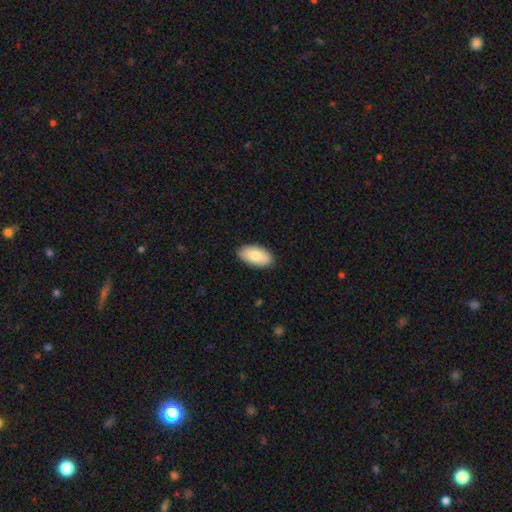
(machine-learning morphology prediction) A smooth galaxy with no disk features (81%) that is in between round and cigar-shaped (95%).

Vote fractions:
- Smooth or featured? smooth: 81% / featured or disk: 13% / star or artifact: 6%
- How rounded? in between: 95% / round: 2% / cigar-shaped: 2%
- Merging? none: 88% / minor disturbance: 9% / major disturbance: 2% / merger: 1%